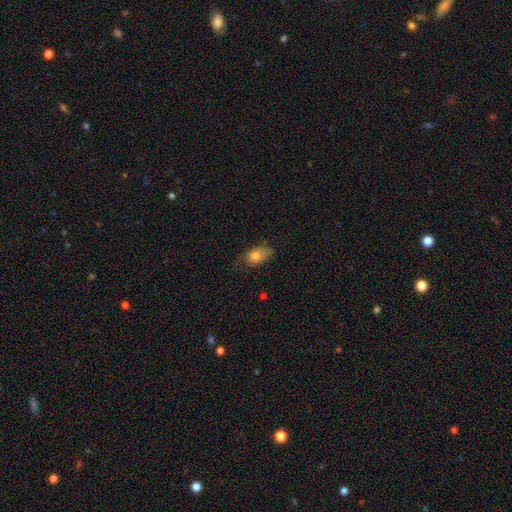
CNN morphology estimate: A smooth galaxy with no disk features (78%) that is in between round and cigar-shaped (85%).

Vote fractions:
- Smooth or featured? smooth: 78% / featured or disk: 14% / star or artifact: 8%
- How rounded? in between: 85% / round: 12% / cigar-shaped: 4%
- Merging? none: 58% / minor disturbance: 31% / major disturbance: 9% / merger: 2%